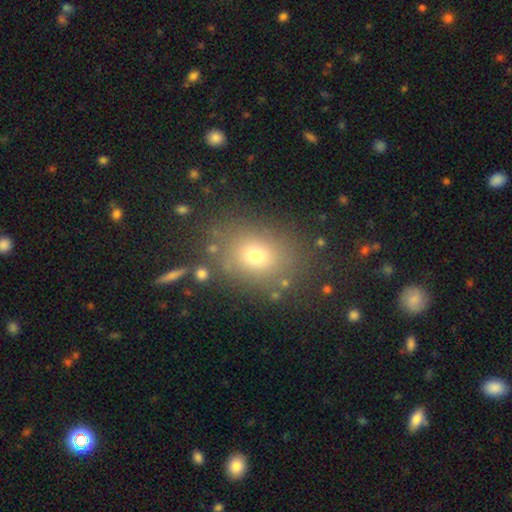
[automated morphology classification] smooth 70%, star or artifact 18%, featured or disk 12%. Down the decision tree: how rounded — round (50%); merging — none (80%).